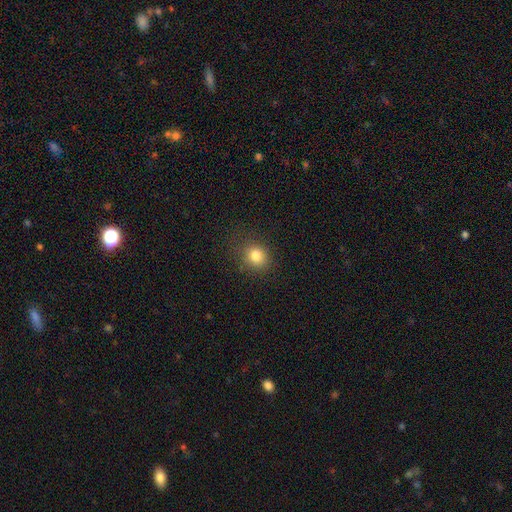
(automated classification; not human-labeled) smooth_or_featured: smooth (p=0.81) [alt: star or artifact p=0.12]
how_rounded: round (p=0.72) [alt: in between p=0.27]
merging: none (p=0.83) [alt: minor disturbance p=0.11]